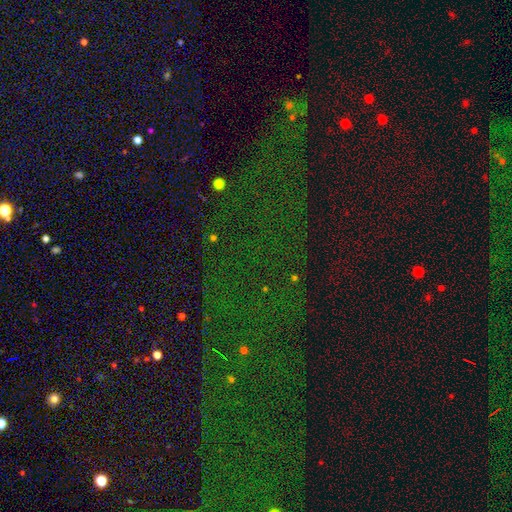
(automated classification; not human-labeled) smooth-or-featured: star or artifact: 79% | smooth: 11% | featured or disk: 10%